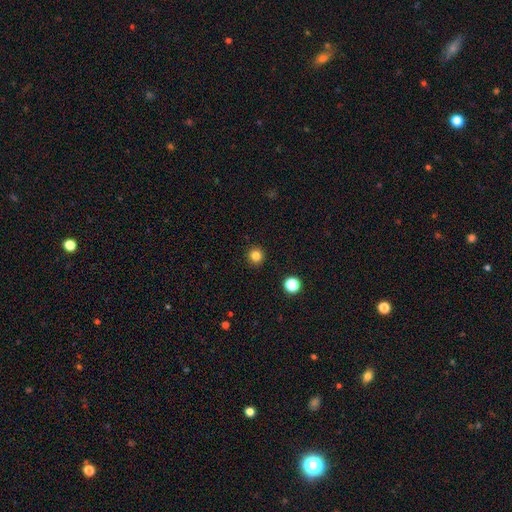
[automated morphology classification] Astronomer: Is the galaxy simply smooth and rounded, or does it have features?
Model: smooth — 82%.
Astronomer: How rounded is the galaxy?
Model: round — 94%.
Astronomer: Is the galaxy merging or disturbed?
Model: none — 93%.